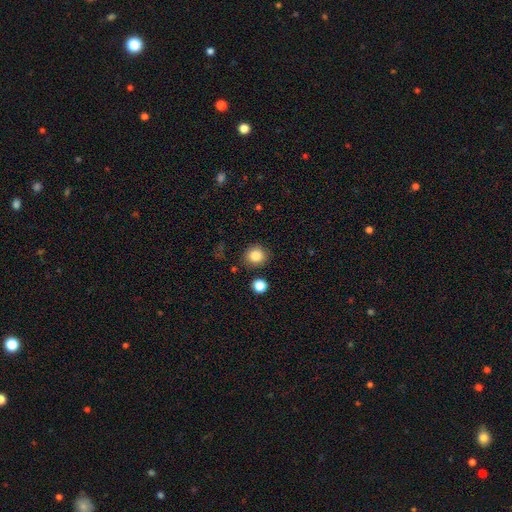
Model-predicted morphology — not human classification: smooth 85%, star or artifact 10%, featured or disk 5%. Down the decision tree: how rounded — round (86%); merging — none (86%).